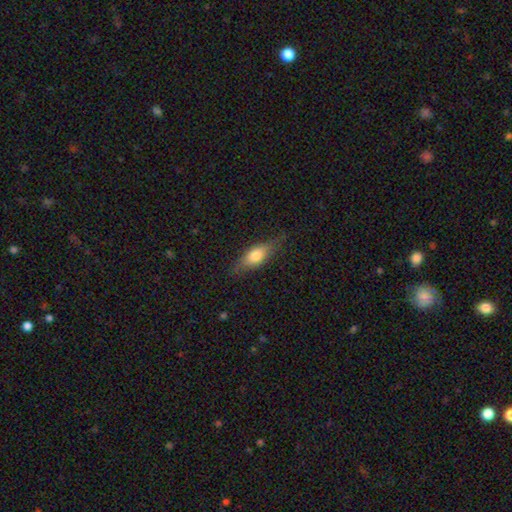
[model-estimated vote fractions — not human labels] Smooth or featured: smooth — 64% (featured or disk — 28%)
How rounded: in between — 73% (cigar-shaped — 22%)
Merging: none — 74% (minor disturbance — 20%)